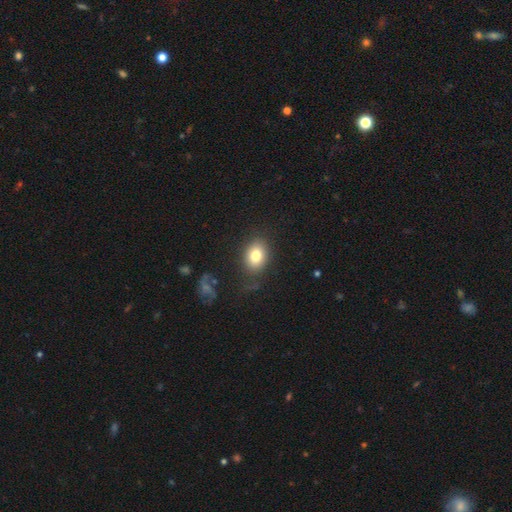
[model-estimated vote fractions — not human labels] Q: Smooth or featured?
A: smooth (80%); runner-up: featured or disk (11%)
Q: How rounded?
A: in between (69%); runner-up: round (30%)
Q: Merging?
A: none (79%); runner-up: minor disturbance (13%)